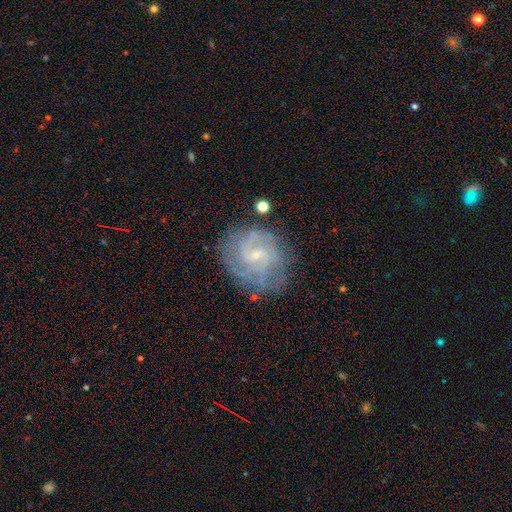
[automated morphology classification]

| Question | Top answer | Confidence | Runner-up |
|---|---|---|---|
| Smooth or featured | featured or disk | 74% | smooth (15%) |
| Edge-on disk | no | 97% | yes (3%) |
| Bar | weak | 52% | no (36%) |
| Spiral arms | yes | 91% | no (9%) |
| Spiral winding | tight | 54% | medium (36%) |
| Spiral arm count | can't tell | 34% | 2 (32%) |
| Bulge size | small | 67% | moderate (22%) |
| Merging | none | 76% | minor disturbance (15%) |